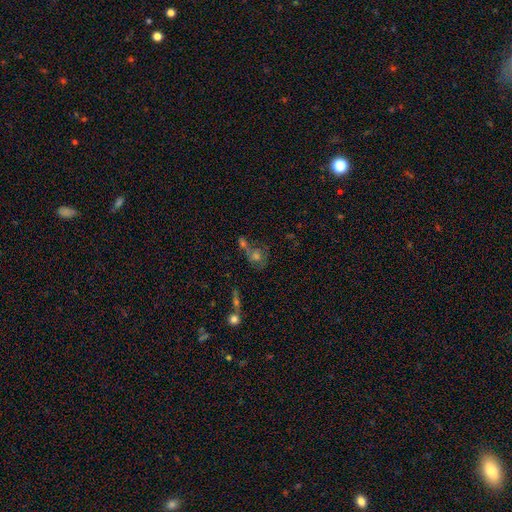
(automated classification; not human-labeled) A smooth galaxy with no disk features (43%).

Vote fractions:
- Smooth or featured? smooth: 43% / featured or disk: 32% / star or artifact: 25%
- Merging? none: 46% / merger: 32% / minor disturbance: 13% / major disturbance: 10%